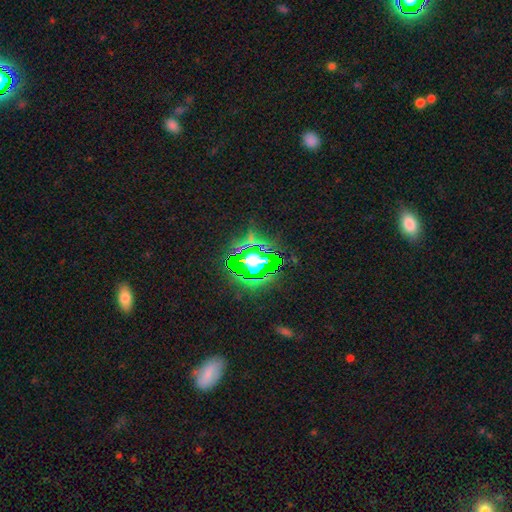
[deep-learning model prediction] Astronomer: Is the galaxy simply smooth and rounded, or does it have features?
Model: star or artifact — 74%.